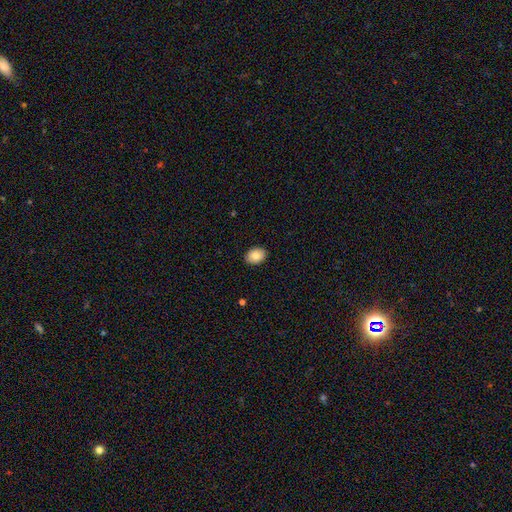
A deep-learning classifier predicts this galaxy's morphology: This is clearly a smooth galaxy (84%). How rounded: likely in between (71%). Merging: clearly none (90%).